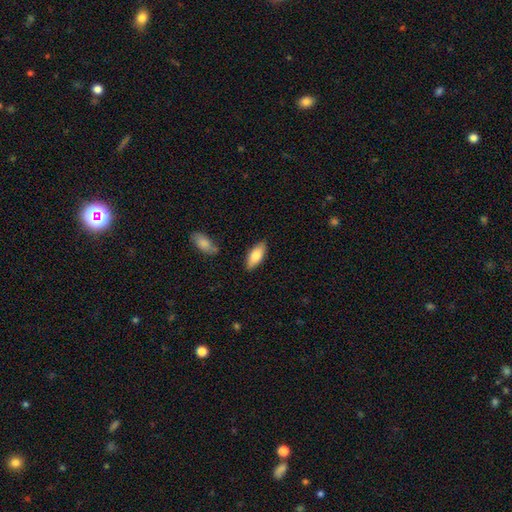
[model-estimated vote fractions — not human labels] This appears to be a smooth galaxy with no disk features (79%) that is in between round and cigar-shaped (81%). Merging: none (84%).